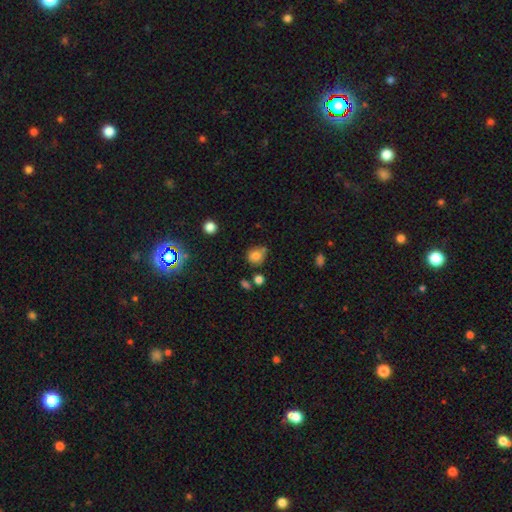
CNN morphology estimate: Smooth or featured? Predicted: smooth (p=0.79). How rounded? Predicted: round (p=0.77). Merging? Predicted: none (p=0.60).